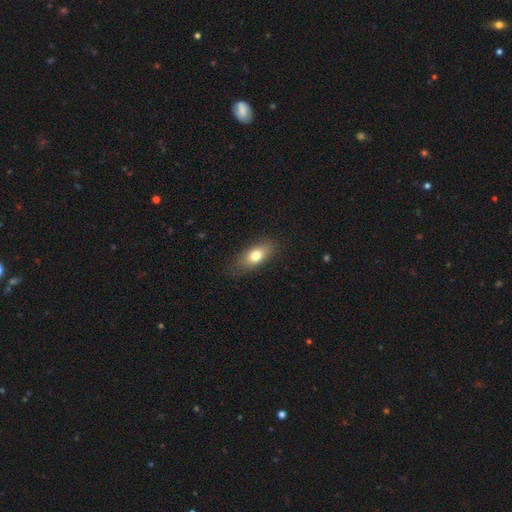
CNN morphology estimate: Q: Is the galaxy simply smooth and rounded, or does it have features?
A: smooth — 76%.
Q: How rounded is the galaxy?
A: in between — 83%.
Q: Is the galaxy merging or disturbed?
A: none — 79%.